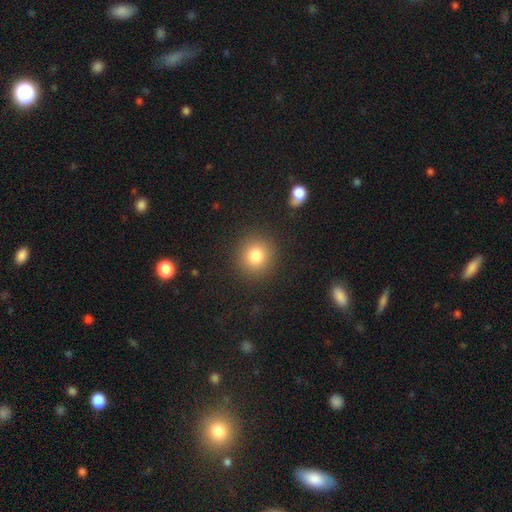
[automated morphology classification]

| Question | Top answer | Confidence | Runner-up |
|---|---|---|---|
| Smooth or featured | smooth | 81% | star or artifact (12%) |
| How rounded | round | 91% | in between (8%) |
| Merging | none | 90% | minor disturbance (6%) |